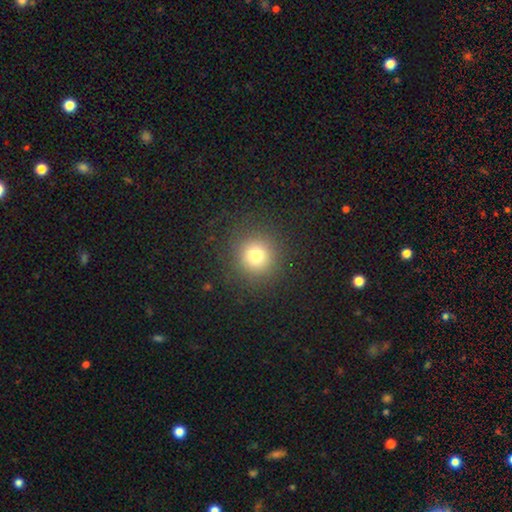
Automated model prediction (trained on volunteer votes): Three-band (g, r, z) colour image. It shows a smooth galaxy with no disk features (76%) that is round (94%). Merging: none (89%).